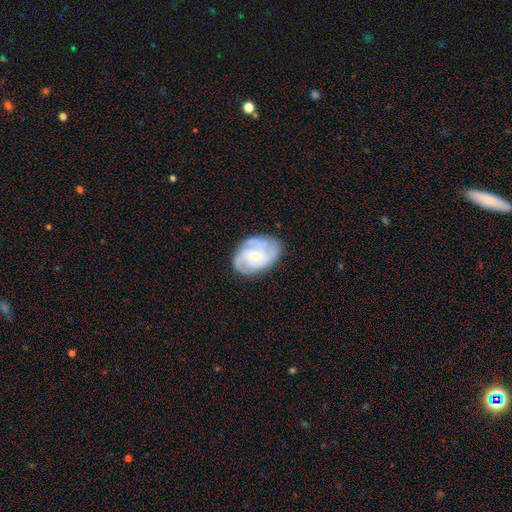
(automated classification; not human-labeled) This is clearly a featured or disk galaxy (80%). It is clearly not viewed edge-on (97%). Bar: likely no (70%). Spiral arm pattern: clearly yes (95%). Spiral arm count: marginally 3 (40%). Spiral winding: possibly tight (53%). Central bulge: likely small (64%). Merging: likely none (75%).